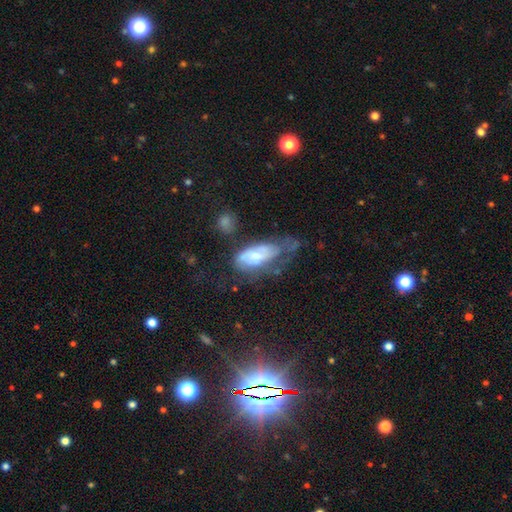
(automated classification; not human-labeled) A featured or disk galaxy (48%). Merging: major disturbance (42%).